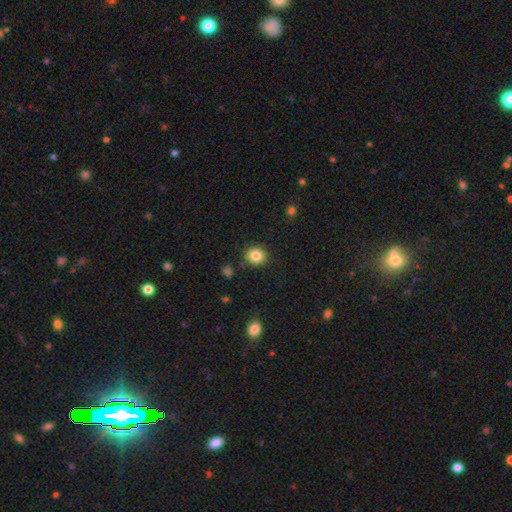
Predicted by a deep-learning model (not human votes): This is clearly a smooth galaxy (84%). How rounded: likely round (76%). Merging: clearly none (88%).